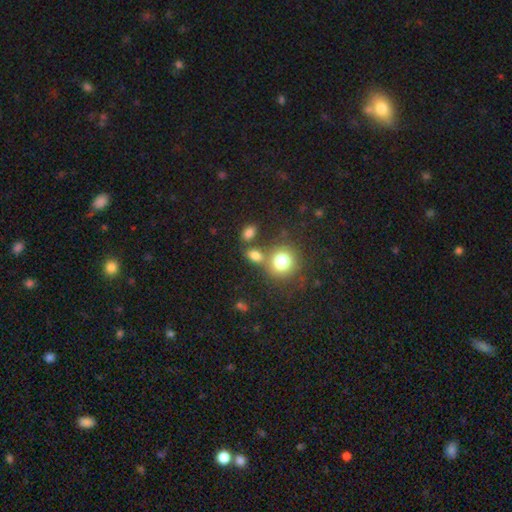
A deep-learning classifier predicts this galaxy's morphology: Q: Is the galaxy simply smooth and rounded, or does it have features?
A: smooth — 78%.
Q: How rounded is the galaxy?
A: in between — 63%.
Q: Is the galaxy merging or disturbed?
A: none — 57%.